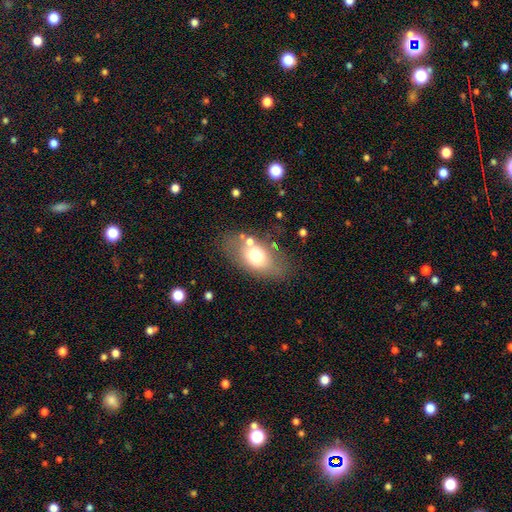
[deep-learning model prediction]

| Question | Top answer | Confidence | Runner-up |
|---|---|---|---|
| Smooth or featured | smooth | 63% | featured or disk (27%) |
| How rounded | in between | 84% | round (13%) |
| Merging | none | 69% | minor disturbance (17%) |